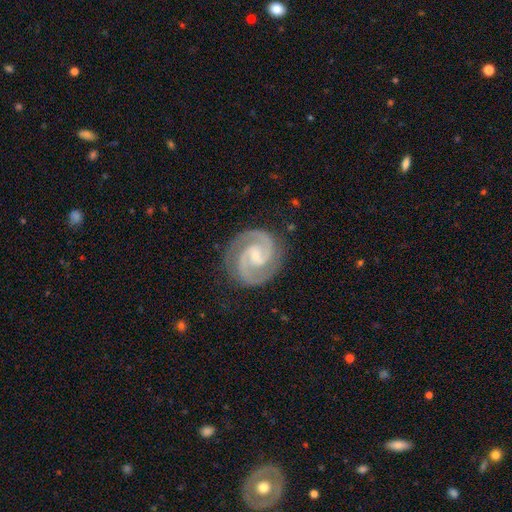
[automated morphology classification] Smooth or featured? featured or disk (93%)
Edge-on disk? no (98%)
Bar? weak (53%)
Spiral arms? yes (99%)
Spiral winding? medium (51%)
Spiral arm count? 2 (94%)
Bulge size? small (61%)
Merging? none (84%)